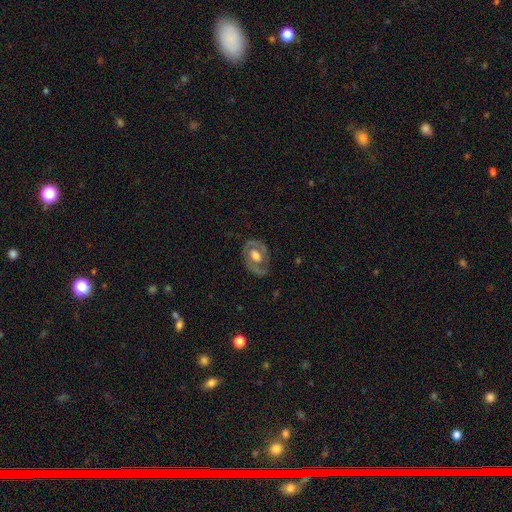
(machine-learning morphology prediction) The model was most divided on "spiral arms": yes: 56%, no: 44%. More confident: edge-on disk — no (95%); merging — none (69%); smooth or featured — featured or disk (68%); bar — no (63%); bulge size — large (51%).